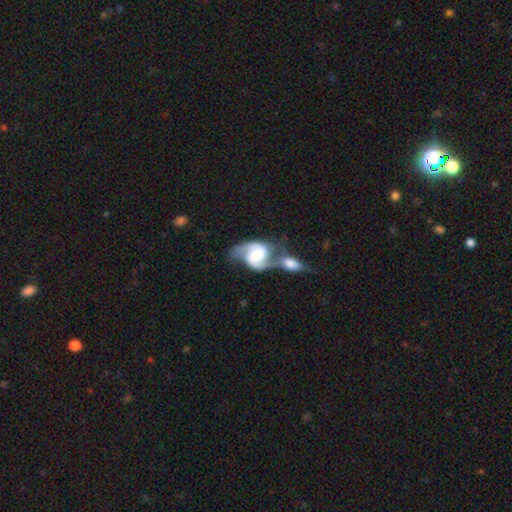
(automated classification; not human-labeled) Smooth or featured? Predicted: featured or disk (p=0.86). Edge-on disk? Predicted: no (p=0.97). Bar? Predicted: no (p=0.45). Spiral arms? Predicted: yes (p=0.97). Spiral winding? Predicted: medium (p=0.49). Spiral arm count? Predicted: 2 (p=0.92). Bulge size? Predicted: moderate (p=0.29). Merging? Predicted: merger (p=0.63).